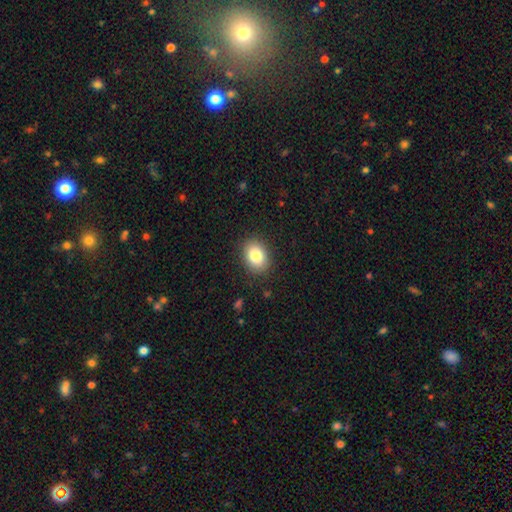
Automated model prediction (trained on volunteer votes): Smooth or featured? Predicted: smooth (p=0.83). How rounded? Predicted: in between (p=0.67). Merging? Predicted: none (p=0.87).